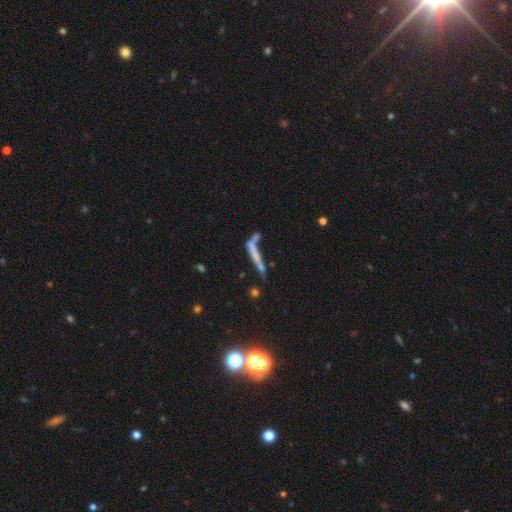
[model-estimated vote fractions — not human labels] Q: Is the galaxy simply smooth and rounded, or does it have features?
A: smooth — 42%.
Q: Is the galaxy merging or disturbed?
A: none — 40%.